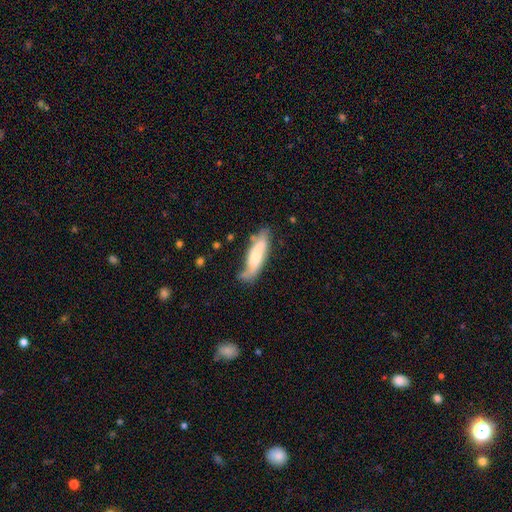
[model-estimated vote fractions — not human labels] Morphology: type=smooth (55%); roundness=cigar-shaped (59%); merging=none (59%).